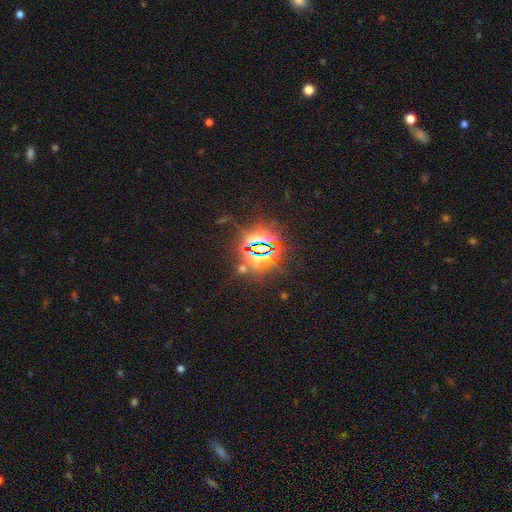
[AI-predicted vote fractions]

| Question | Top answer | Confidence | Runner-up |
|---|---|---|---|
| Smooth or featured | star or artifact | 85% | smooth (8%) |